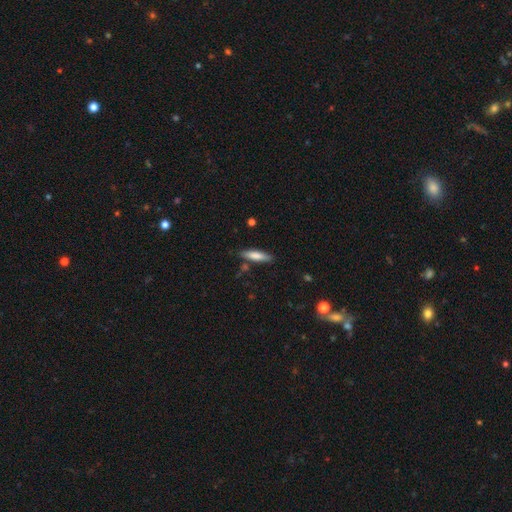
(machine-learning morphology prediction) smooth-or-featured: smooth: 75% | featured or disk: 19% | star or artifact: 6%
  how-rounded: cigar-shaped: 73% | in between: 26% | round: 2%
  merging: none: 82% | minor disturbance: 12% | merger: 4% | major disturbance: 3%